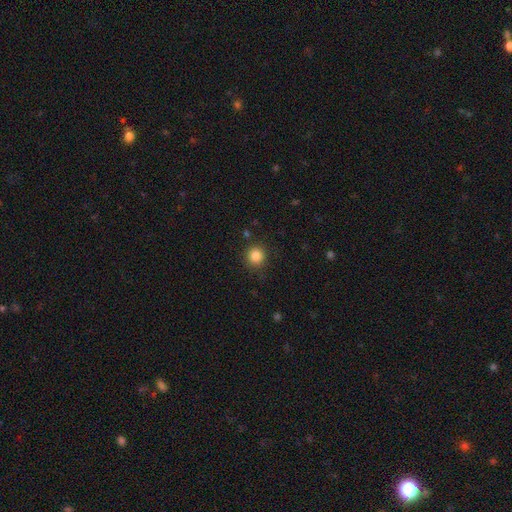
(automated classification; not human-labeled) smooth_or_featured: smooth (p=0.84) [alt: star or artifact p=0.12]
how_rounded: round (p=0.94) [alt: in between p=0.06]
merging: none (p=0.88) [alt: minor disturbance p=0.08]